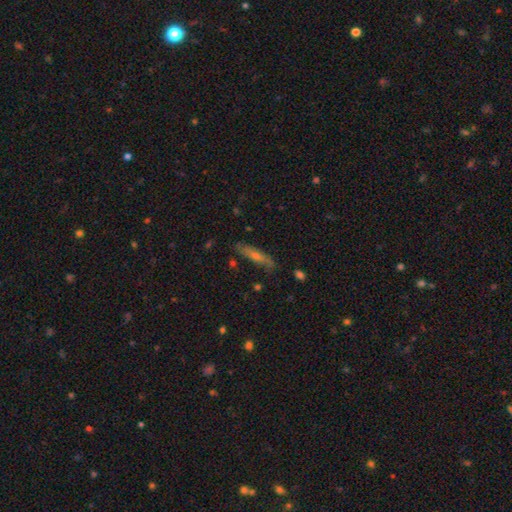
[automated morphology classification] This is possibly a featured or disk galaxy (52%). It is likely viewed edge-on (71%). Merging: likely none (79%).